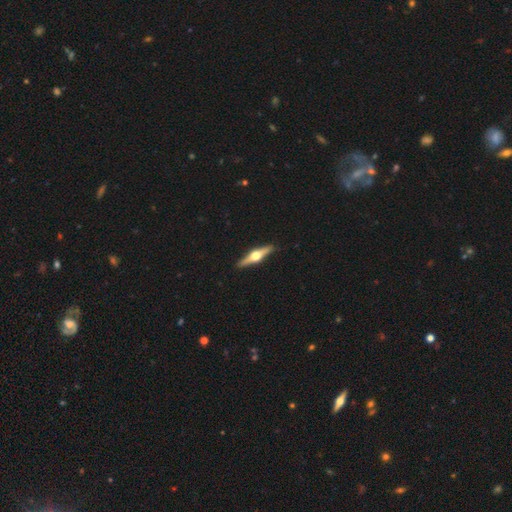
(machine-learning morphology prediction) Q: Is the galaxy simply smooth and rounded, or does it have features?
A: featured or disk — 75%.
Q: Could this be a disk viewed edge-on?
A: yes — 98%.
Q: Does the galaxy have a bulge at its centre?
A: rounded — 96%.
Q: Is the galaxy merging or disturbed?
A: none — 92%.